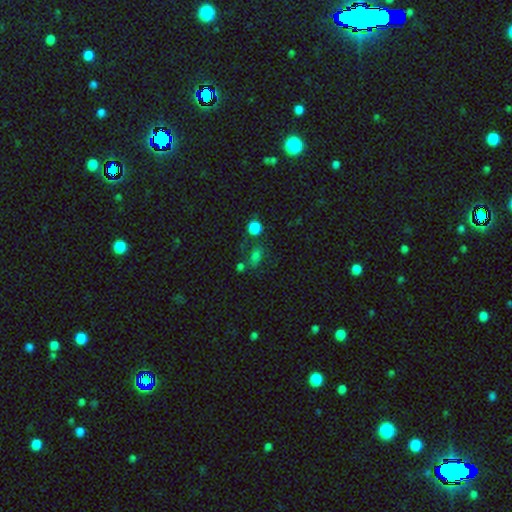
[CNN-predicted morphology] The model was most divided on "smooth or featured": smooth: 62%, star or artifact: 27%, featured or disk: 11%. More confident: how rounded — in between (66%); merging — none (55%).